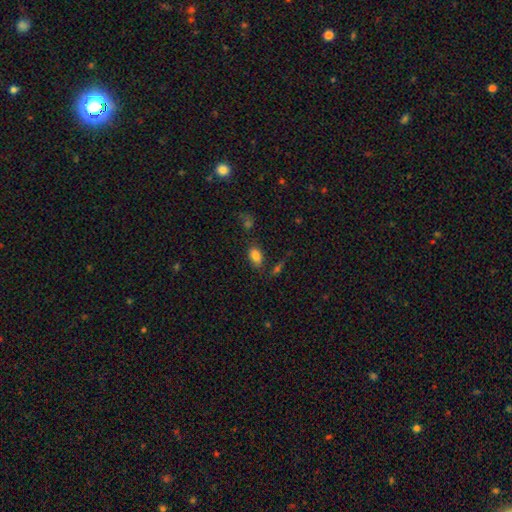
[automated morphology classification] Smooth or featured?
  - smooth: 83% *
  - star or artifact: 9%
  - featured or disk: 8%
How rounded?
  - in between: 89% *
  - round: 9%
  - cigar-shaped: 2%
Merging?
  - none: 76% *
  - minor disturbance: 13%
  - merger: 7%
  - major disturbance: 4%